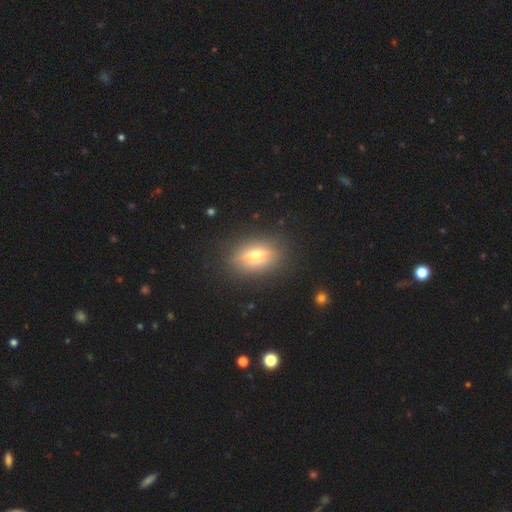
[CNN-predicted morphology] Smooth or featured: smooth — 45% (featured or disk — 43%)
Merging: none — 85% (minor disturbance — 11%)